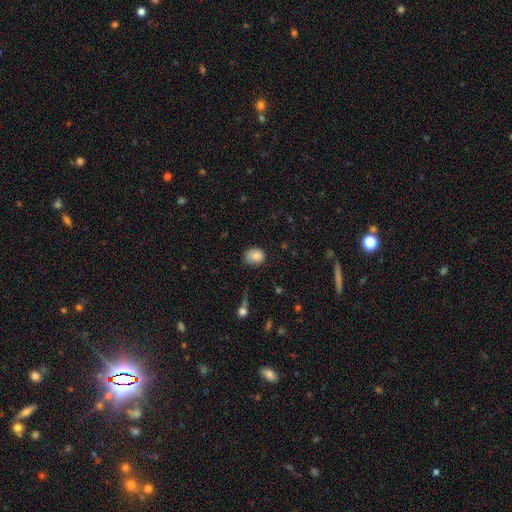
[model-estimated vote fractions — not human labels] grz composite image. It shows a smooth galaxy with no disk features (82%) that is round (53%). Merging: none (69%).